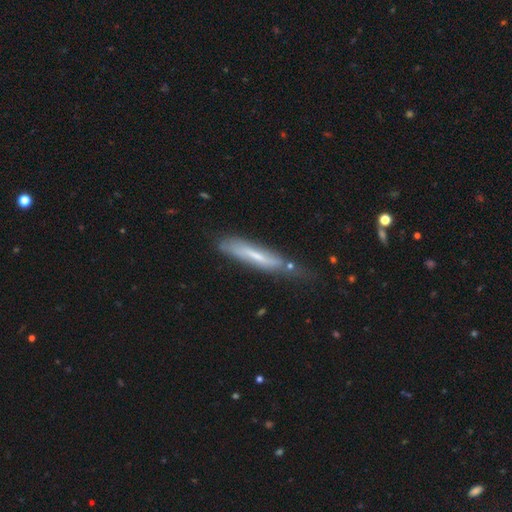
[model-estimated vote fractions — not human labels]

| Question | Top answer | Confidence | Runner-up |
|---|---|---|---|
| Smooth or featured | smooth | 48% | featured or disk (45%) |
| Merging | none | 60% | minor disturbance (26%) |